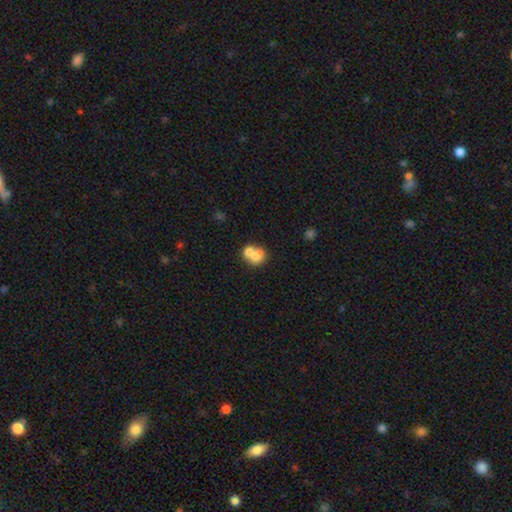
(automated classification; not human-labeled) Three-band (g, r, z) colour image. It shows a smooth galaxy with no disk features (66%) that is round (62%). Merging: merger (66%).